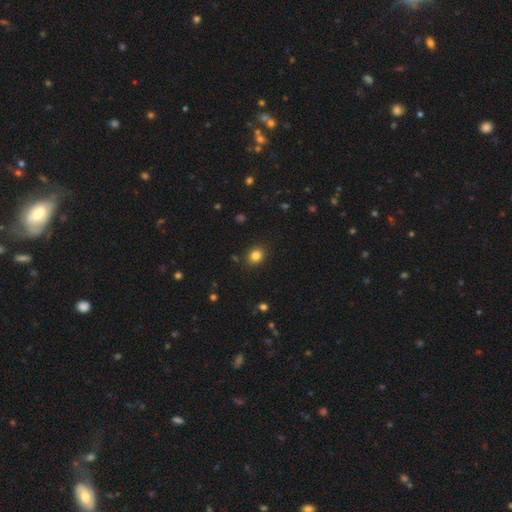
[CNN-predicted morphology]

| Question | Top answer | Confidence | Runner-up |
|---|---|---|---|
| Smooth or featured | smooth | 83% | star or artifact (12%) |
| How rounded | round | 70% | in between (29%) |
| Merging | none | 89% | minor disturbance (7%) |